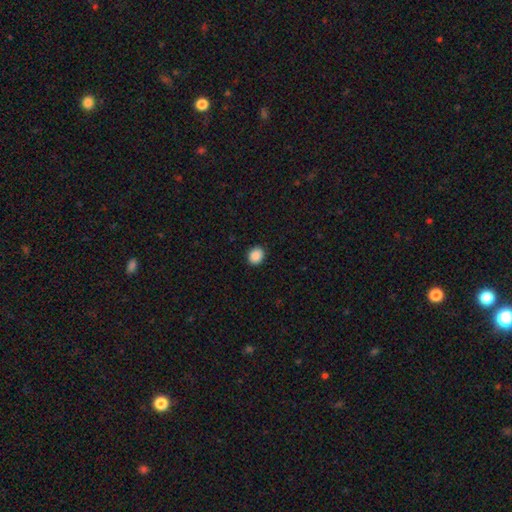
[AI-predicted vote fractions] smooth_or_featured: smooth (p=0.89) [alt: star or artifact p=0.08]
how_rounded: round (p=0.61) [alt: in between p=0.39]
merging: none (p=0.90) [alt: minor disturbance p=0.07]